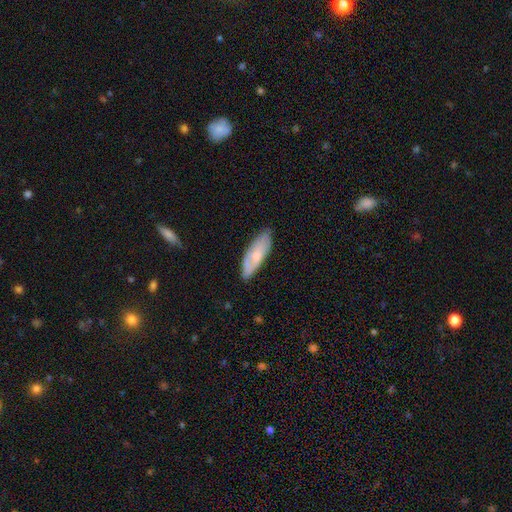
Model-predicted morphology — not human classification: smooth-or-featured: smooth: 55% | featured or disk: 39% | star or artifact: 6%
  how-rounded: in between: 64% | cigar-shaped: 34% | round: 2%
  merging: none: 76% | minor disturbance: 19% | major disturbance: 4% | merger: 1%